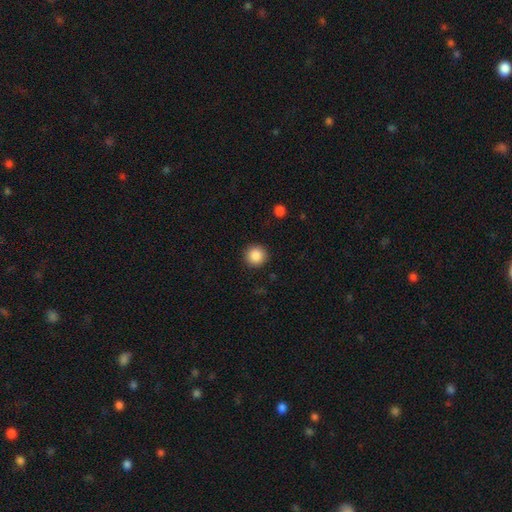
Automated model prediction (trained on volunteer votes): smooth_or_featured: smooth (p=0.87) [alt: star or artifact p=0.09]
how_rounded: round (p=0.95) [alt: in between p=0.04]
merging: none (p=0.91) [alt: minor disturbance p=0.05]